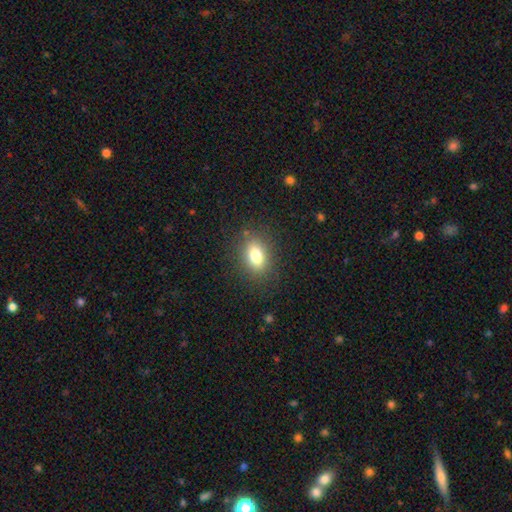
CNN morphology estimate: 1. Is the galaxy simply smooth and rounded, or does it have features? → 78% smooth, 11% featured or disk, 11% star or artifact.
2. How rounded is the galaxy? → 77% in between, 21% round, 2% cigar-shaped.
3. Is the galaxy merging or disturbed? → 84% none, 10% minor disturbance, 4% major disturbance, 1% merger.